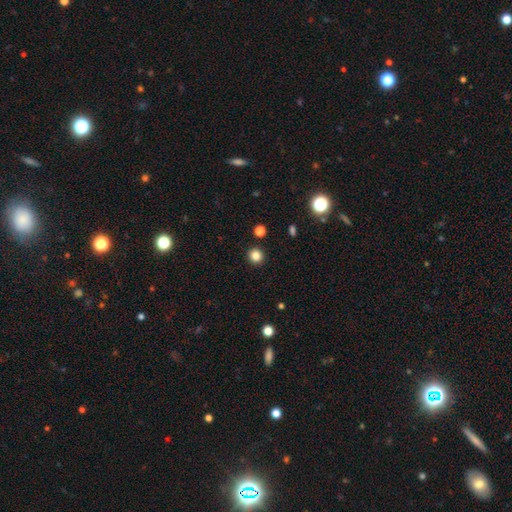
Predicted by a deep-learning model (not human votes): A smooth galaxy with no disk features (84%) that is round (93%). Merging: none (92%).